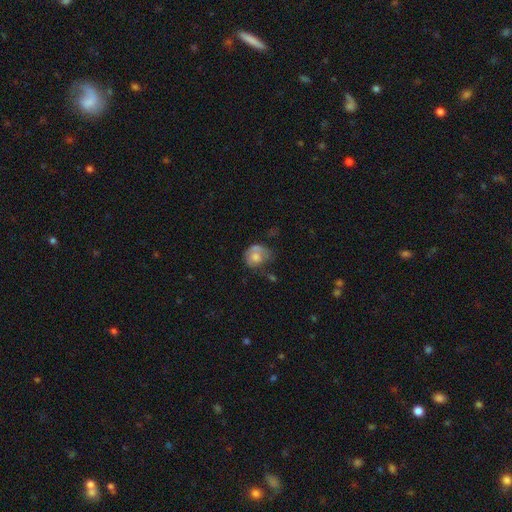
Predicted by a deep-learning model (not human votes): Q: Smooth or featured?
A: smooth (60%); runner-up: featured or disk (32%)
Q: How rounded?
A: round (56%); runner-up: in between (43%)
Q: Merging?
A: none (34%); runner-up: minor disturbance (28%)